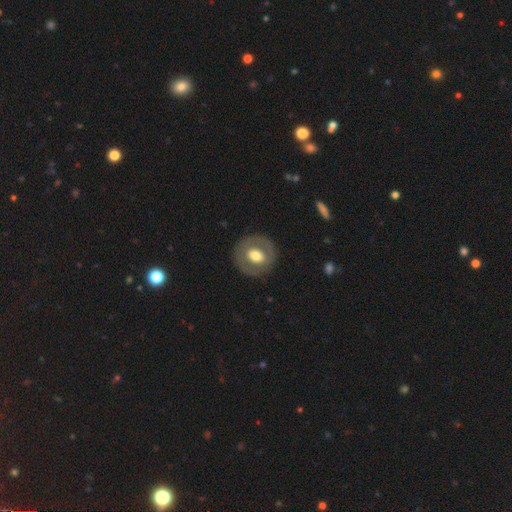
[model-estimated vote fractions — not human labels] smooth_or_featured: smooth (p=0.49) [alt: featured or disk p=0.45]
merging: none (p=0.86) [alt: minor disturbance p=0.09]